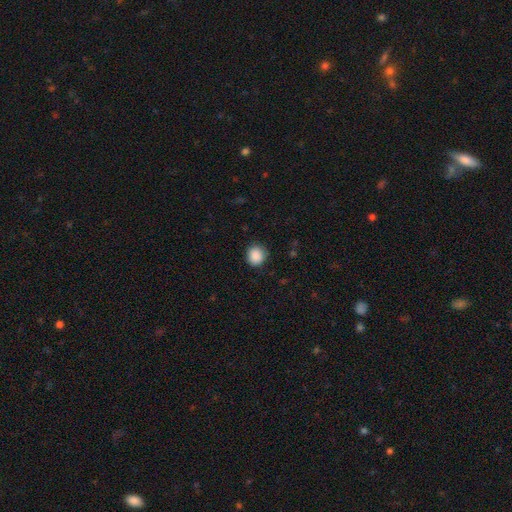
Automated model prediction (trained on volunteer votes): A smooth galaxy with no disk features (89%) that is round (86%).

Vote fractions:
- Smooth or featured? smooth: 89% / star or artifact: 9% / featured or disk: 3%
- How rounded? round: 86% / in between: 13% / cigar-shaped: 1%
- Merging? none: 86% / minor disturbance: 11% / major disturbance: 2% / merger: 1%